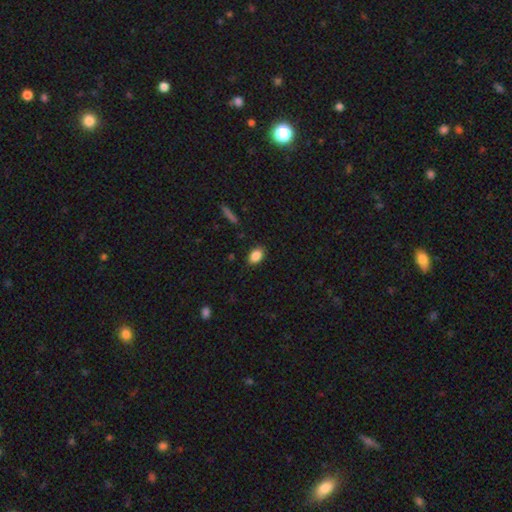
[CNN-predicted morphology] This appears to be a smooth galaxy with no disk features (87%) that is in between round and cigar-shaped (87%). Merging: none (87%).